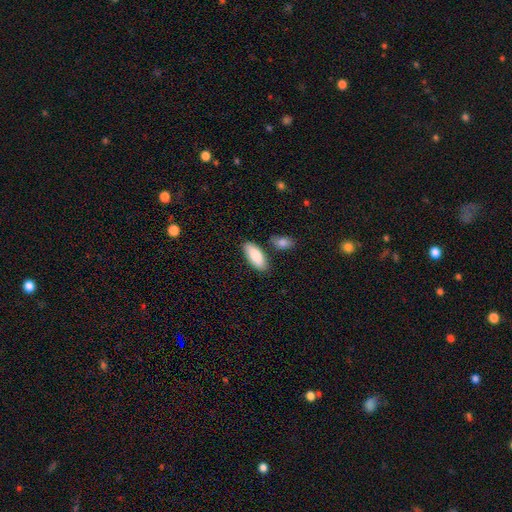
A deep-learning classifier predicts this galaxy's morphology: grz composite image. It shows a smooth galaxy with no disk features (88%) that is in between round and cigar-shaped (84%). Merging: none (78%).